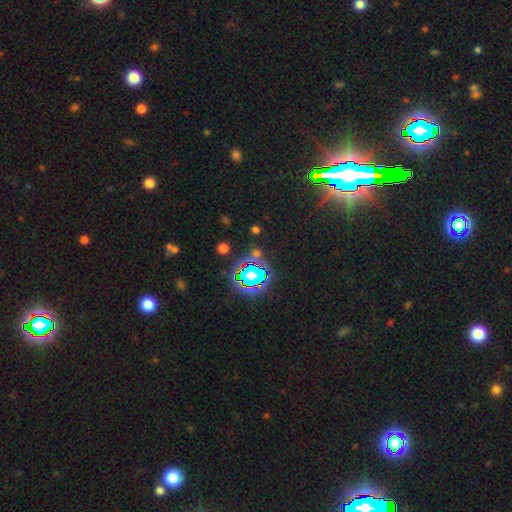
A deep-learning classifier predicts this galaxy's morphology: Overall: star or artifact (76%).